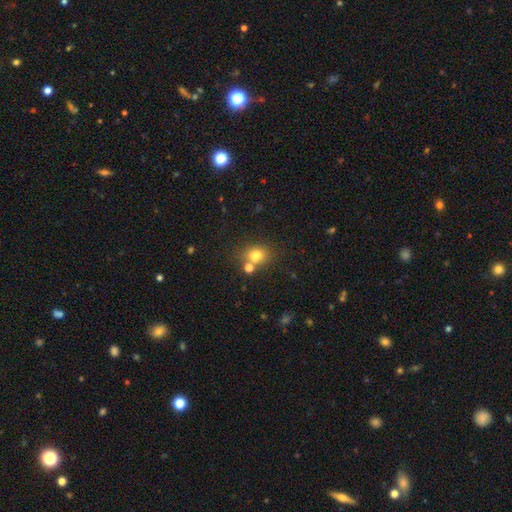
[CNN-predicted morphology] smooth_or_featured: smooth (p=0.75) [alt: star or artifact p=0.15]
how_rounded: round (p=0.65) [alt: in between p=0.34]
merging: none (p=0.62) [alt: merger p=0.23]